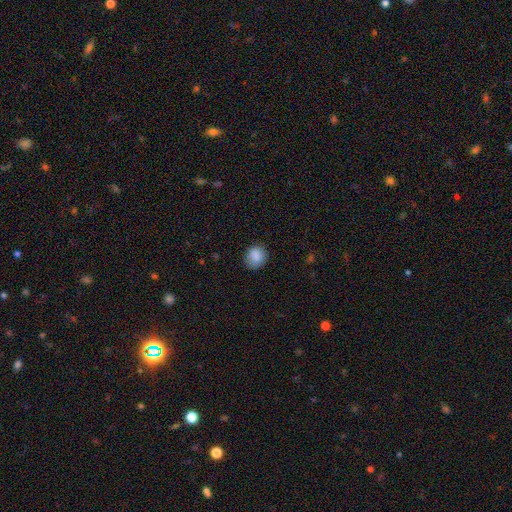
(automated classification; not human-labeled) Smooth or featured? smooth (87%)
How rounded? round (66%)
Merging? none (81%)